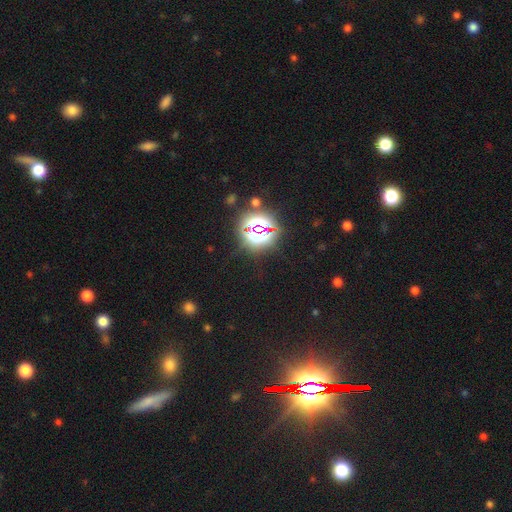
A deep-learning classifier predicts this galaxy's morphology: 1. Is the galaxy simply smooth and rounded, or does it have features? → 81% star or artifact, 12% smooth, 7% featured or disk.